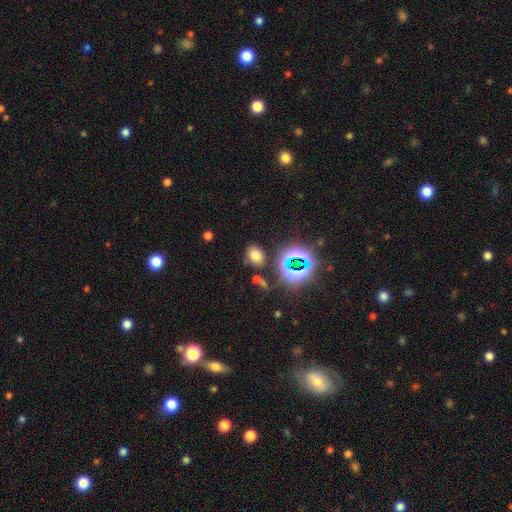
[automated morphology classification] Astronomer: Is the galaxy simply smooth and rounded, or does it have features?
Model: smooth — 65%.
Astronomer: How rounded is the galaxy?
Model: in between — 69%.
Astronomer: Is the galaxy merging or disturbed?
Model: none — 77%.